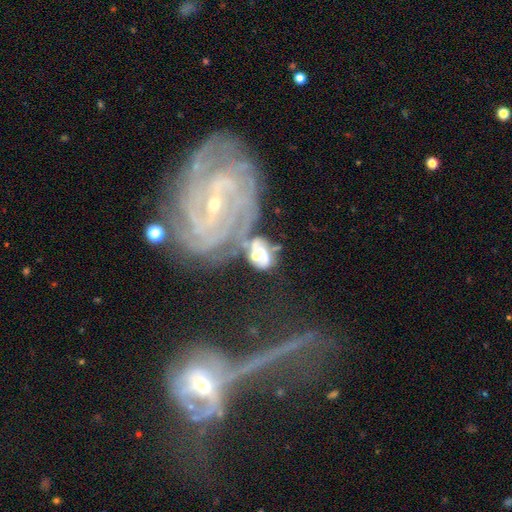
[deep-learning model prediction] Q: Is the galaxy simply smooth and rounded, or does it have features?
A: featured or disk — 68%.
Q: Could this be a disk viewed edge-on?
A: no — 96%.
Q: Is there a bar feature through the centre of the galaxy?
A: no — 54%.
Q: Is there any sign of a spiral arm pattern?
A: yes — 76%.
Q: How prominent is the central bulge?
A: moderate — 45%.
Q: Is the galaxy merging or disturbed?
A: merger — 50%.